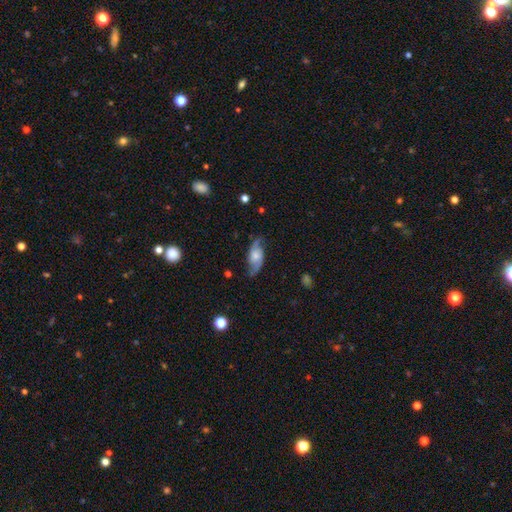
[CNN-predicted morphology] type=featured or disk (64%); edge-on=no (89%); bar=no (64%); spiral arms=yes (88%); bulge=moderate (36%); merging=none (70%).